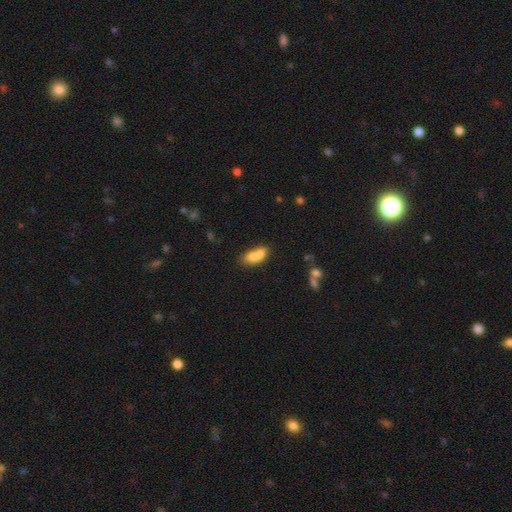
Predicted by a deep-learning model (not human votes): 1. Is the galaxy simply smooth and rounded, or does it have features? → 70% smooth, 21% featured or disk, 9% star or artifact.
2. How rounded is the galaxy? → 76% in between, 12% round, 12% cigar-shaped.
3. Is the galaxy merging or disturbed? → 57% merger, 25% none, 12% minor disturbance, 6% major disturbance.